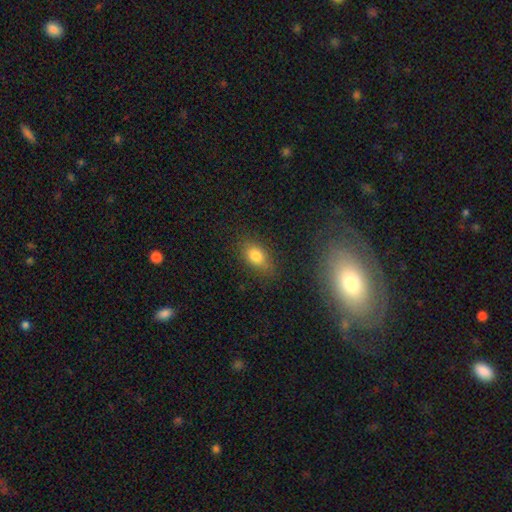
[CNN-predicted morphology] This appears to be a smooth galaxy with no disk features (80%) that is in between round and cigar-shaped (80%). Merging: none (76%).